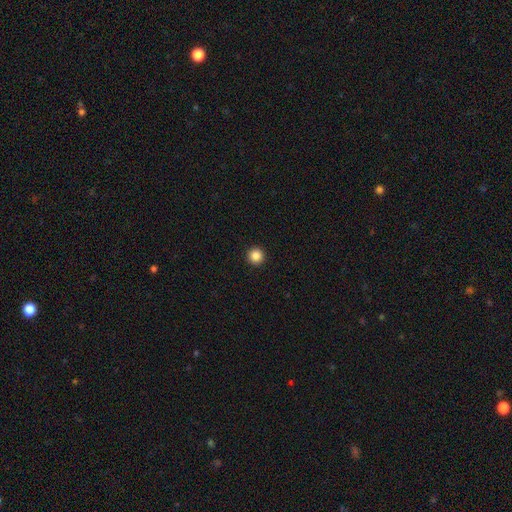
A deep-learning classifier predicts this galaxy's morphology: smooth_or_featured: smooth (p=0.87) [alt: star or artifact p=0.10]
how_rounded: round (p=0.97) [alt: in between p=0.02]
merging: none (p=0.94) [alt: minor disturbance p=0.04]